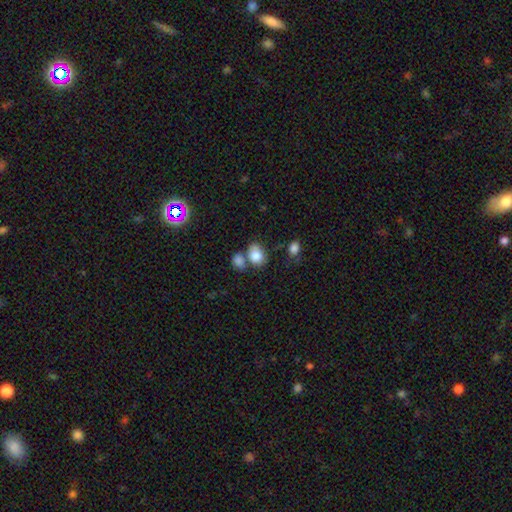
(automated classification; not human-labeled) Smooth or featured: smooth — 81% (featured or disk — 10%)
How rounded: in between — 54% (round — 45%)
Merging: none — 44% (merger — 34%)